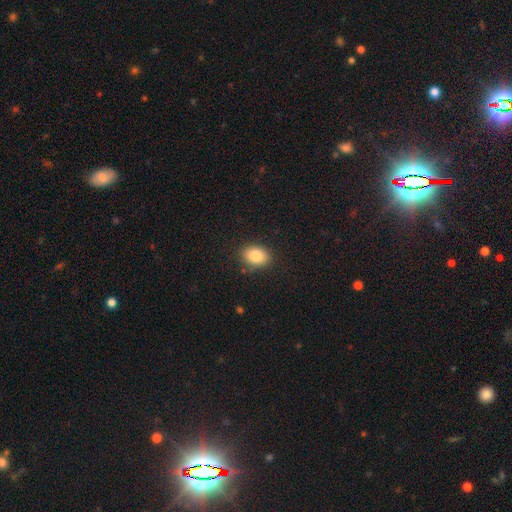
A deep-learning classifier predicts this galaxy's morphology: smooth_or_featured: smooth (p=0.85) [alt: star or artifact p=0.09]
how_rounded: in between (p=0.70) [alt: round p=0.29]
merging: none (p=0.86) [alt: minor disturbance p=0.10]